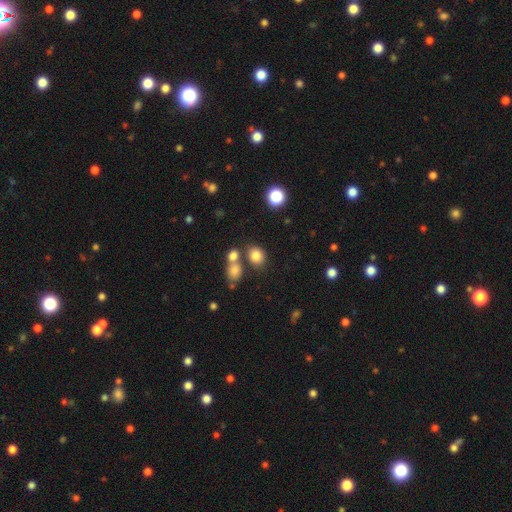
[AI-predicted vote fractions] This is clearly a smooth galaxy (80%). How rounded: possibly round (59%). Merging: likely none (64%).